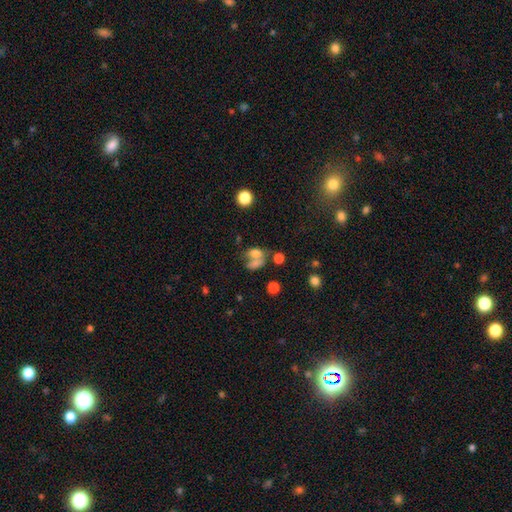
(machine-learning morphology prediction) Q: Smooth or featured?
A: smooth (68%); runner-up: featured or disk (17%)
Q: How rounded?
A: in between (74%); runner-up: round (21%)
Q: Merging?
A: merger (50%); runner-up: none (28%)